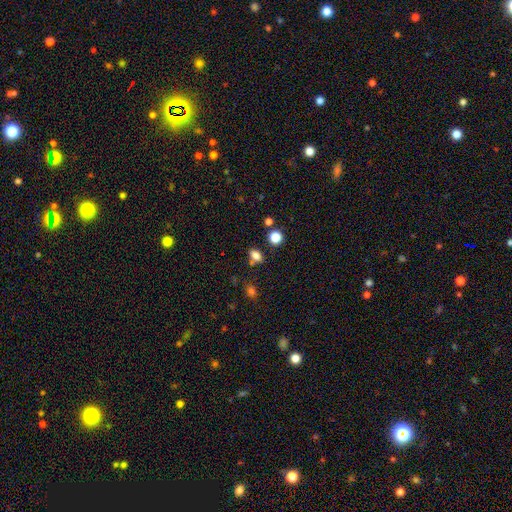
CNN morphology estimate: A smooth galaxy with no disk features (78%) that is in between round and cigar-shaped (74%).

Vote fractions:
- Smooth or featured? smooth: 78% / star or artifact: 15% / featured or disk: 7%
- How rounded? in between: 74% / round: 23% / cigar-shaped: 3%
- Merging? none: 73% / minor disturbance: 13% / merger: 11% / major disturbance: 4%